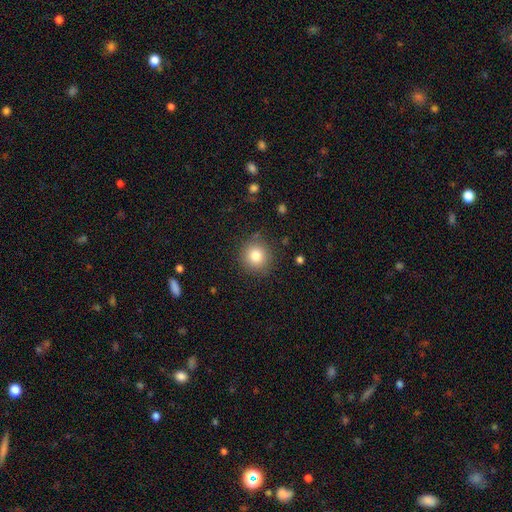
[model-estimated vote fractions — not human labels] Smooth or featured: smooth — 81% (star or artifact — 11%)
How rounded: round — 91% (in between — 8%)
Merging: none — 86% (minor disturbance — 9%)